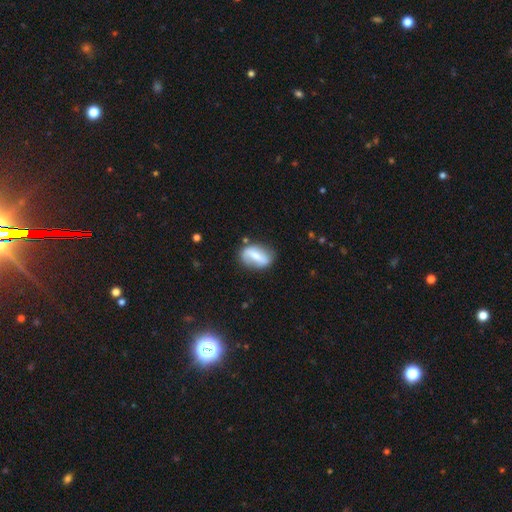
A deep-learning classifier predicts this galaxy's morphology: featured or disk 54%, smooth 40%, star or artifact 7%. Down the decision tree: edge-on disk — no (92%); merging — none (73%).